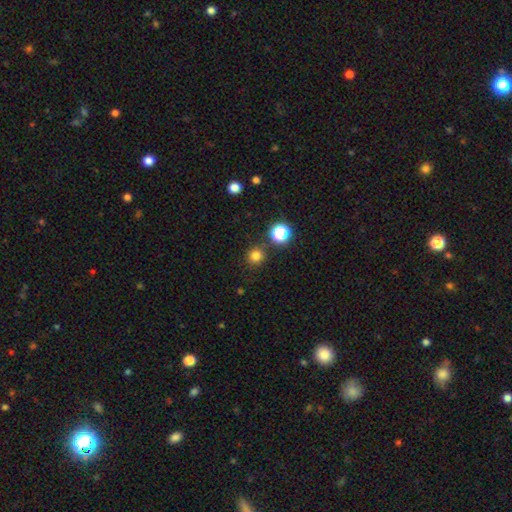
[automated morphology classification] The model was most divided on "smooth or featured": smooth: 77%, star or artifact: 18%, featured or disk: 5%. More confident: how rounded — round (92%); merging — none (85%).